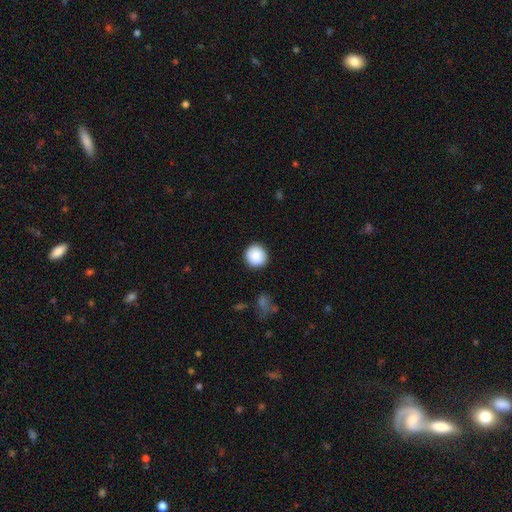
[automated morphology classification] The model was most divided on "smooth or featured": smooth: 88%, star or artifact: 7%, featured or disk: 5%. More confident: how rounded — round (94%); merging — none (90%).